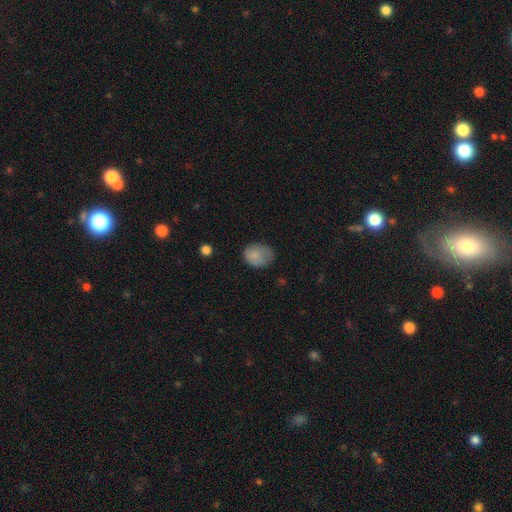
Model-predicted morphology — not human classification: Smooth or featured?
  - smooth: 82% *
  - featured or disk: 9%
  - star or artifact: 8%
How rounded?
  - in between: 63% *
  - round: 36%
  - cigar-shaped: 1%
Merging?
  - none: 60% *
  - minor disturbance: 29%
  - major disturbance: 9%
  - merger: 2%